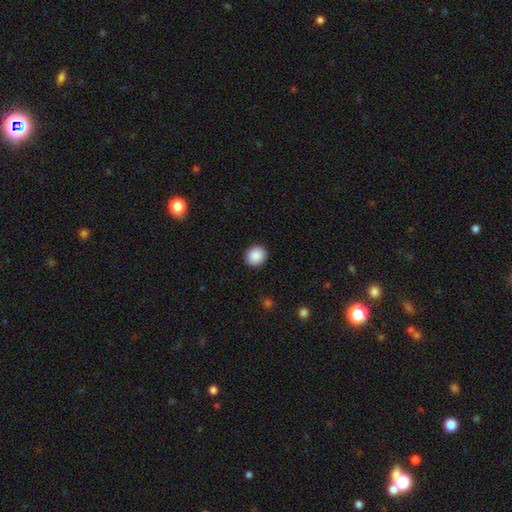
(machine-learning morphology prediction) Smooth or featured: smooth — 89% (star or artifact — 8%)
How rounded: round — 86% (in between — 13%)
Merging: none — 92% (minor disturbance — 5%)